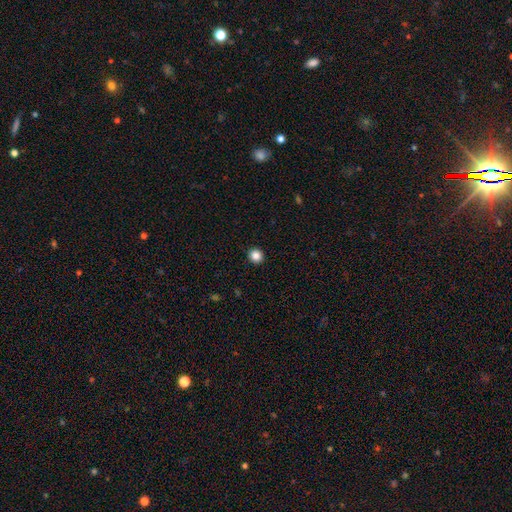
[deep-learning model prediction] Smooth or featured? Predicted: smooth (p=0.85). How rounded? Predicted: round (p=0.91). Merging? Predicted: none (p=0.93).